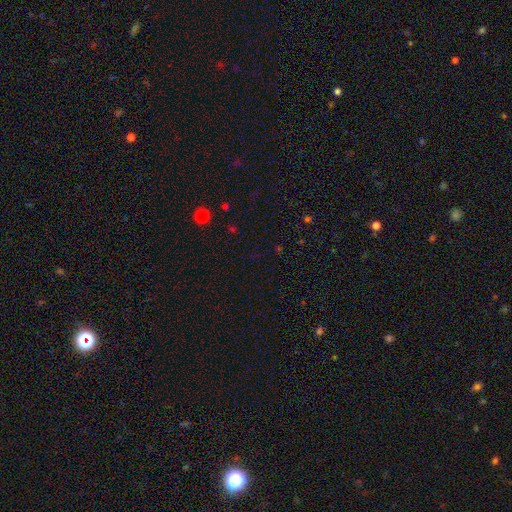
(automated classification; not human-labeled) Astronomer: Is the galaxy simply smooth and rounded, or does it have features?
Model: star or artifact — 62%.